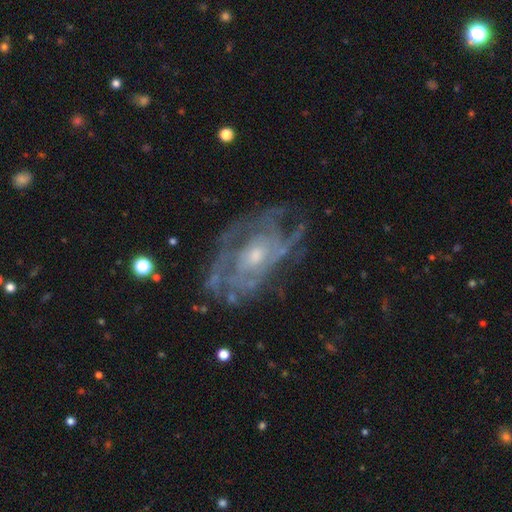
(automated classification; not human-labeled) Overall: featured or disk (83%). Edge-on disk: no (94%). Bar: no (74%). Spiral arms: yes (75%). Spiral arm count: can't tell (54%; 2 17%). Spiral winding: tight (55%; medium 33%). Bulge size: moderate (47%; small 46%). Merging: none (60%; minor disturbance 21%).